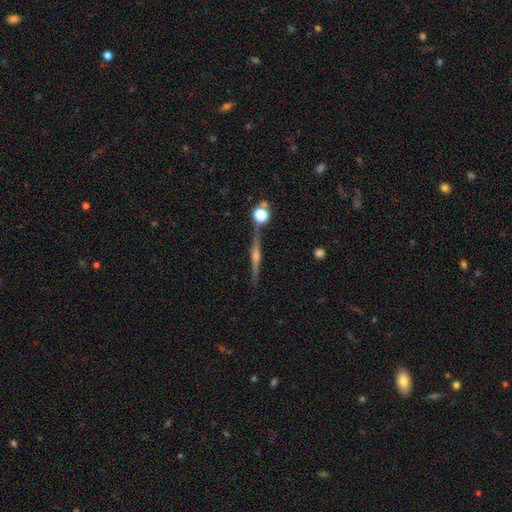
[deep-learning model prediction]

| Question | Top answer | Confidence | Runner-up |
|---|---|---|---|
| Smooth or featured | featured or disk | 77% | smooth (14%) |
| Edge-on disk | yes | 98% | no (2%) |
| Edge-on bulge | rounded | 82% | boxy (9%) |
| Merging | none | 84% | minor disturbance (9%) |